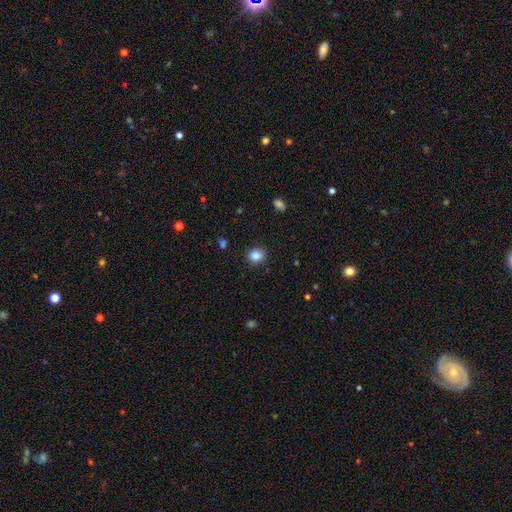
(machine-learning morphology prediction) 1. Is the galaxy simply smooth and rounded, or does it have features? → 85% smooth, 10% star or artifact, 5% featured or disk.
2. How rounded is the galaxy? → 66% round, 33% in between, 1% cigar-shaped.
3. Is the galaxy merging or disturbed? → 88% none, 8% minor disturbance, 2% major disturbance, 1% merger.